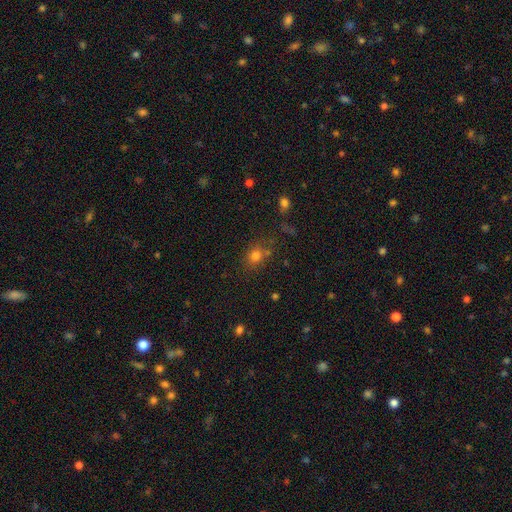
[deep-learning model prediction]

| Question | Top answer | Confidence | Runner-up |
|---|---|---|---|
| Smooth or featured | smooth | 74% | star or artifact (17%) |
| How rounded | round | 71% | in between (28%) |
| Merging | none | 70% | minor disturbance (14%) |